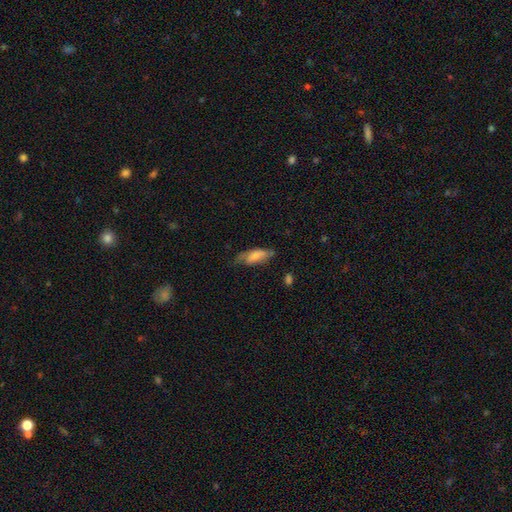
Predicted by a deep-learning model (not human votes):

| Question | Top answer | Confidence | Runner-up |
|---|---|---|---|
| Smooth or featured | smooth | 70% | featured or disk (24%) |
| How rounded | in between | 71% | cigar-shaped (27%) |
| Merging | none | 49% | minor disturbance (34%) |